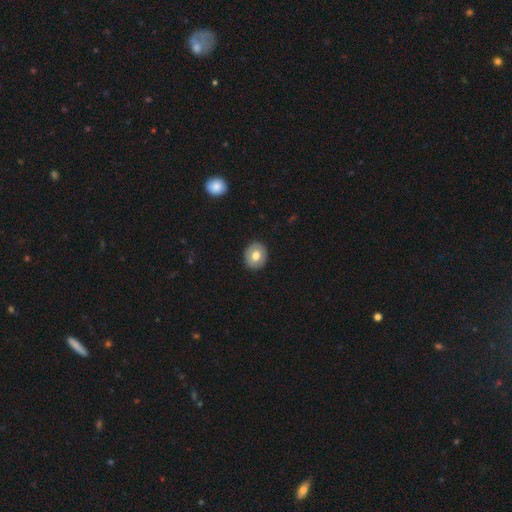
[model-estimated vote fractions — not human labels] Overall: smooth (67%). How rounded: round (75%). Merging: none (90%).